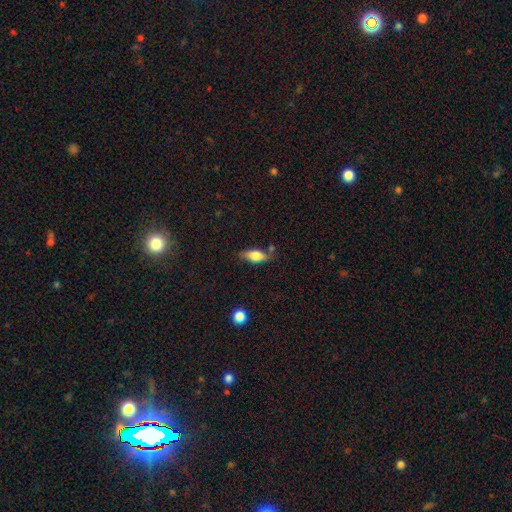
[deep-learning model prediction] This is likely a smooth galaxy (70%). How rounded: likely in between (79%). Merging: likely none (66%).